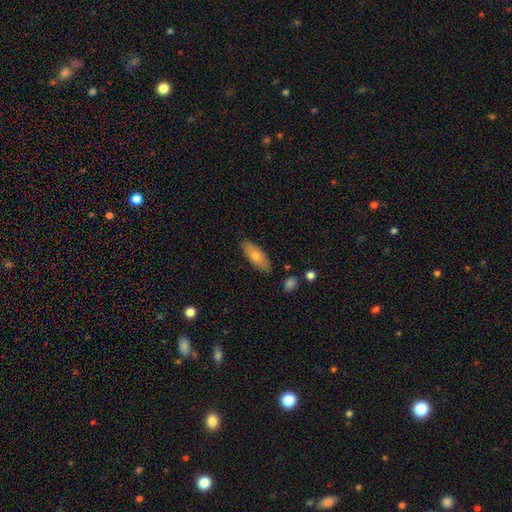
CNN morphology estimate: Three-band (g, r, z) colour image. It shows a smooth galaxy with no disk features (73%) that is in between round and cigar-shaped (75%). Merging: none (83%).